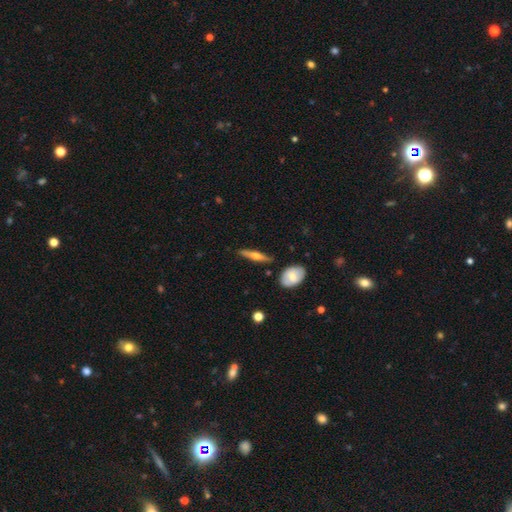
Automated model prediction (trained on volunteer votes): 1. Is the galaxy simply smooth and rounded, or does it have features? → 55% featured or disk, 39% smooth, 6% star or artifact.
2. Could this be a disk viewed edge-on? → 93% yes, 7% no.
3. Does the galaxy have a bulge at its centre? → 91% rounded, 5% none, 4% boxy.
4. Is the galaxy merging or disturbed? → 84% none, 11% minor disturbance, 3% merger, 2% major disturbance.